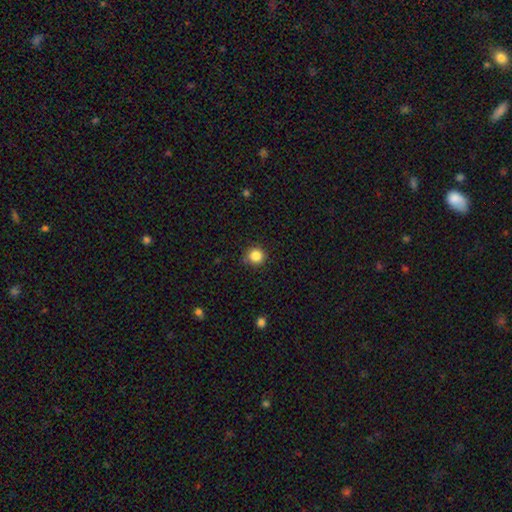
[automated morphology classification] Q: Smooth or featured?
A: smooth (85%); runner-up: star or artifact (11%)
Q: How rounded?
A: round (93%); runner-up: in between (6%)
Q: Merging?
A: none (88%); runner-up: minor disturbance (9%)